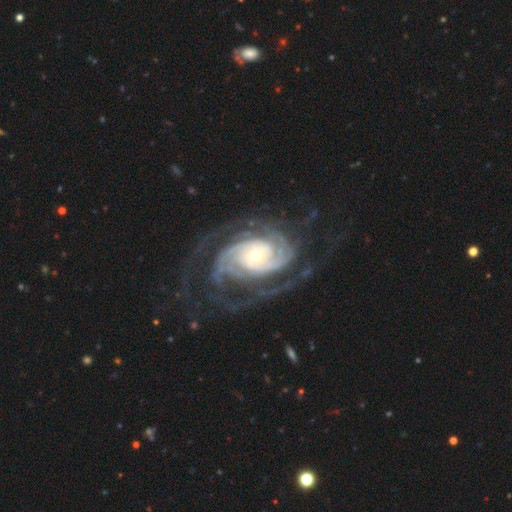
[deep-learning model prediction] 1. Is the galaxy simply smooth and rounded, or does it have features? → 93% featured or disk, 4% star or artifact, 3% smooth.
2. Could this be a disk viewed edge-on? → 97% no, 3% yes.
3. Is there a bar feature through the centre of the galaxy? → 62% no, 25% weak, 13% strong.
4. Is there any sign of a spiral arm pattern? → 98% yes, 2% no.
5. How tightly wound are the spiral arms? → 64% tight, 30% medium, 6% loose.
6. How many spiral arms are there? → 28% 2, 23% 3, 16% can't tell, 15% 4, 9% more than 4, 8% 1.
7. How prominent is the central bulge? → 49% small, 45% moderate, 5% large, 1% dominant, 1% none.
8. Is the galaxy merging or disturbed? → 66% none, 17% major disturbance, 15% minor disturbance, 1% merger.